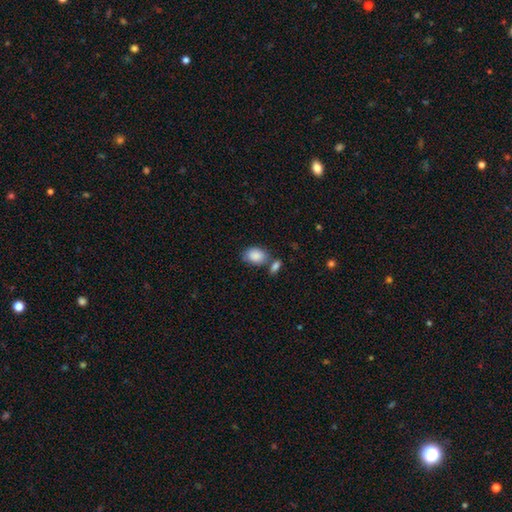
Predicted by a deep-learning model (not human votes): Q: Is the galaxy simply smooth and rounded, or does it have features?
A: smooth — 87%.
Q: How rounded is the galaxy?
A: in between — 79%.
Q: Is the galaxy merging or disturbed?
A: none — 57%.